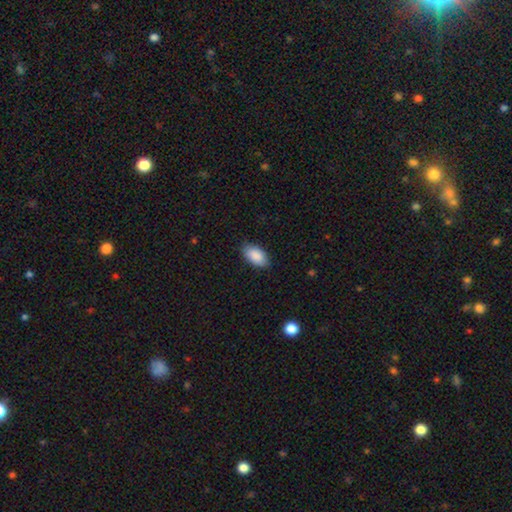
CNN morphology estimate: type=smooth (89%); roundness=in between (94%); merging=none (83%).